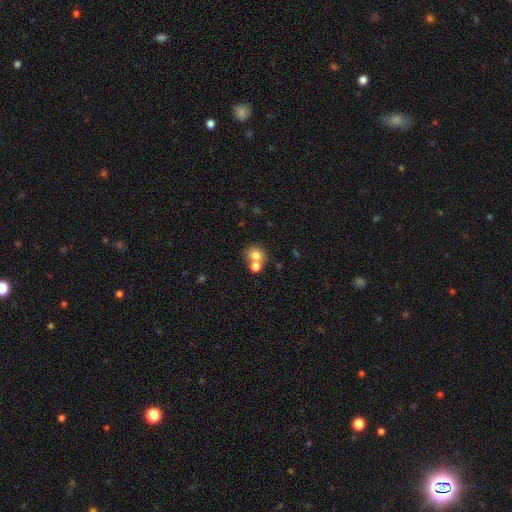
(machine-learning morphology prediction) Overall: smooth (76%). How rounded: round (78%). Merging: none (46%; merger 43%).